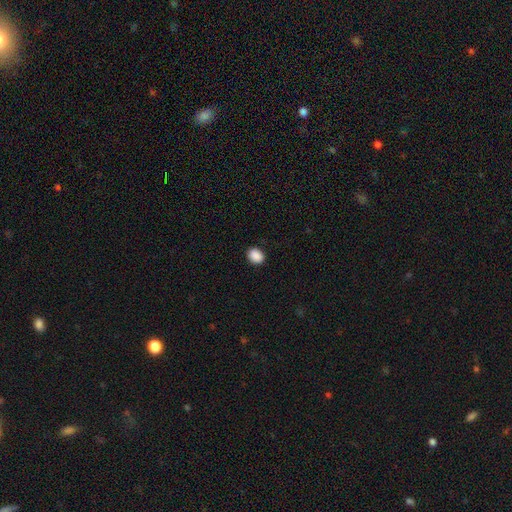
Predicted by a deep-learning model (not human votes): Smooth or featured?
  - smooth: 90% *
  - star or artifact: 8%
  - featured or disk: 2%
How rounded?
  - in between: 57% *
  - round: 42%
  - cigar-shaped: 1%
Merging?
  - none: 90% *
  - minor disturbance: 7%
  - major disturbance: 2%
  - merger: 1%